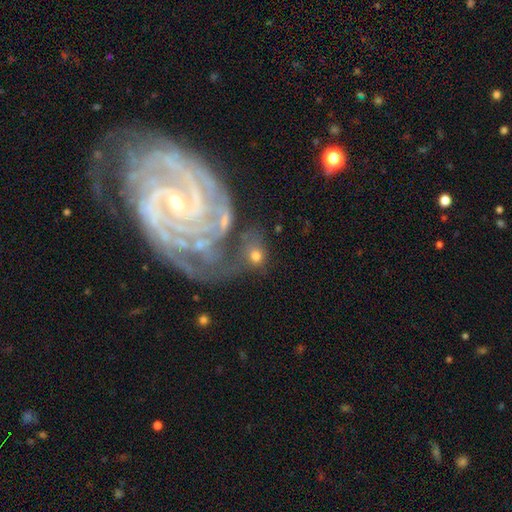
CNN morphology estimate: This appears to be a smooth galaxy with no disk features (55%) that is round (66%). Merging: none (44%).